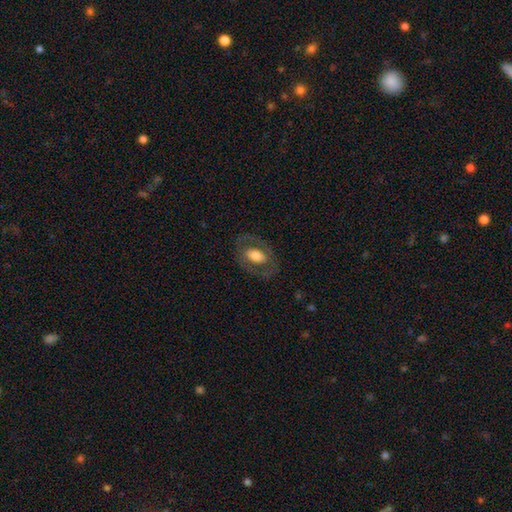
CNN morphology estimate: Overall: smooth (53%; featured or disk 41%). How rounded: in between (84%). Merging: none (77%).